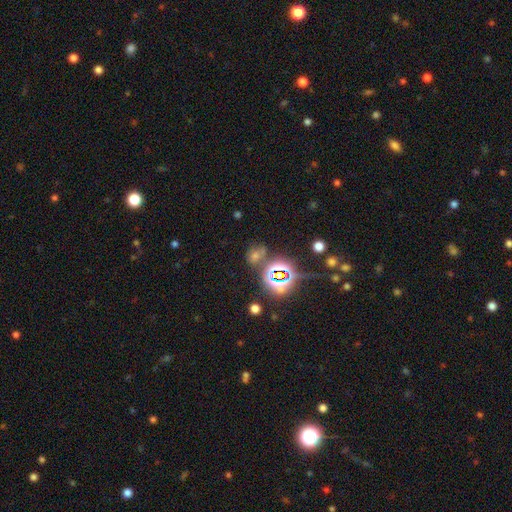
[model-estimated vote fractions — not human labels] This is likely a star or artifact rather than a galaxy (64%).